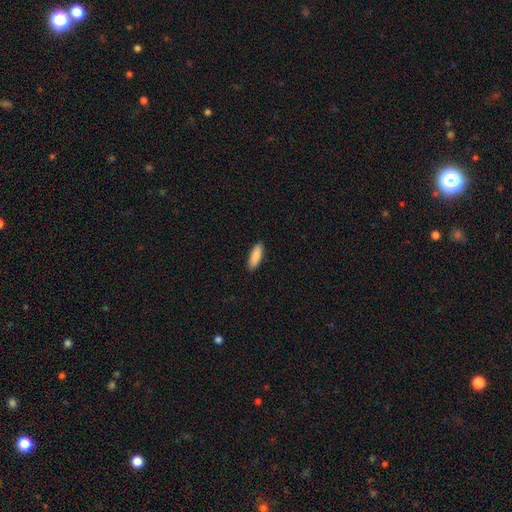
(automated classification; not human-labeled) This appears to be a smooth galaxy with no disk features (89%) that is in between round and cigar-shaped (59%). Merging: none (90%).